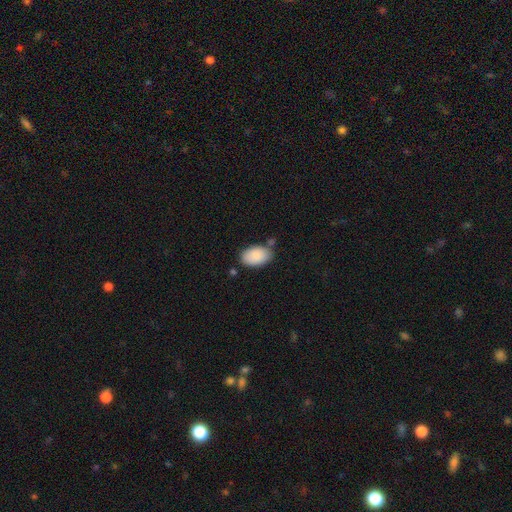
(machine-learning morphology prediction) smooth 89%, star or artifact 6%, featured or disk 5%. Down the decision tree: how rounded — in between (93%); merging — none (73%).